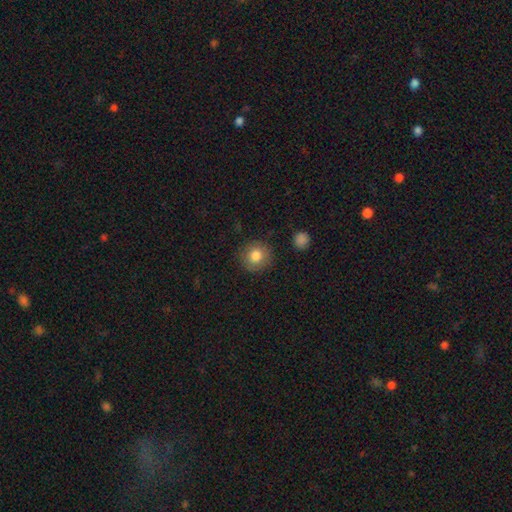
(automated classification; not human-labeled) Morphology: type=smooth (83%); roundness=round (92%); merging=none (87%).